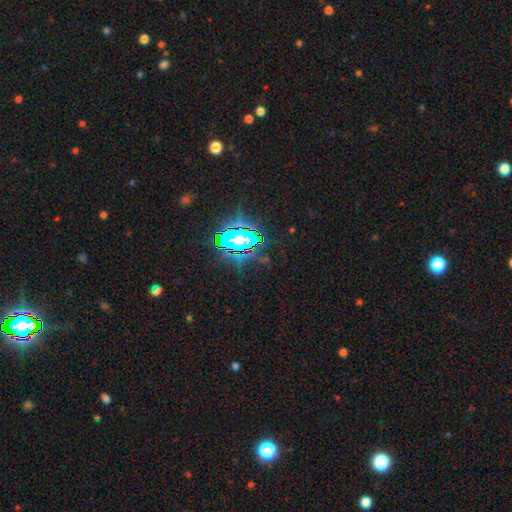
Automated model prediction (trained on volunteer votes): smooth-or-featured: star or artifact: 81% | smooth: 12% | featured or disk: 8%